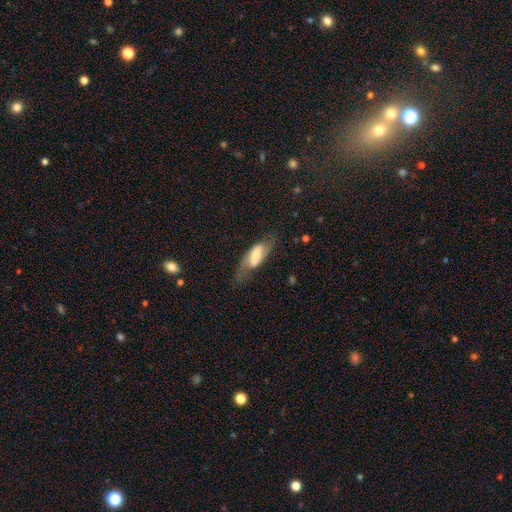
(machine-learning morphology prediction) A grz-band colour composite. It shows a smooth galaxy with no disk features (48%). Merging: none (45%).